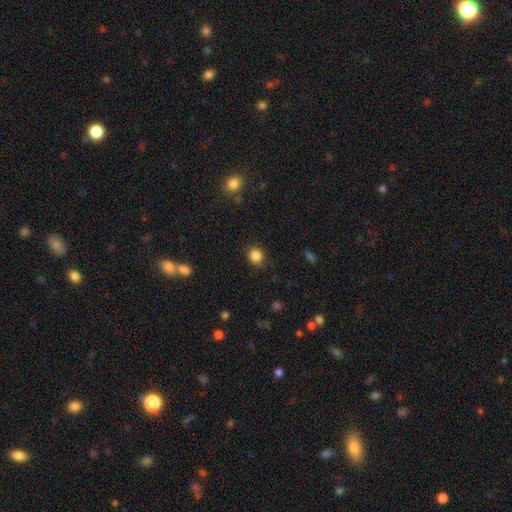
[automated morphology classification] Smooth or featured? Predicted: smooth (p=0.85). How rounded? Predicted: round (p=0.83). Merging? Predicted: none (p=0.89).